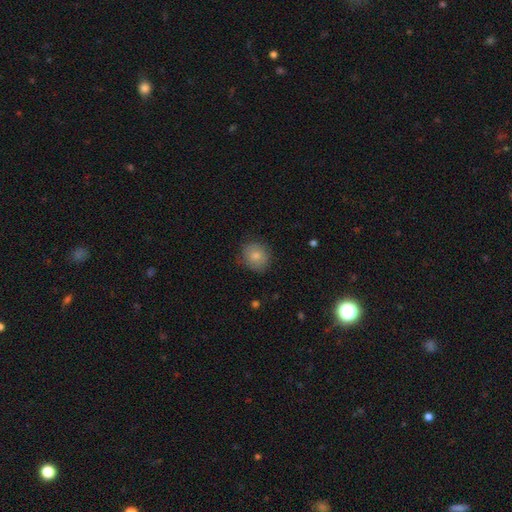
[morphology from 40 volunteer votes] Smooth or featured?
  - smooth: 90% *
  - featured or disk: 8%
  - star or artifact: 2%
How rounded?
  - round: 72% *
  - in between: 28%
  - cigar-shaped: 0%
Merging?
  - none: 69% *
  - minor disturbance: 15%
  - merger: 10%
  - major disturbance: 5%